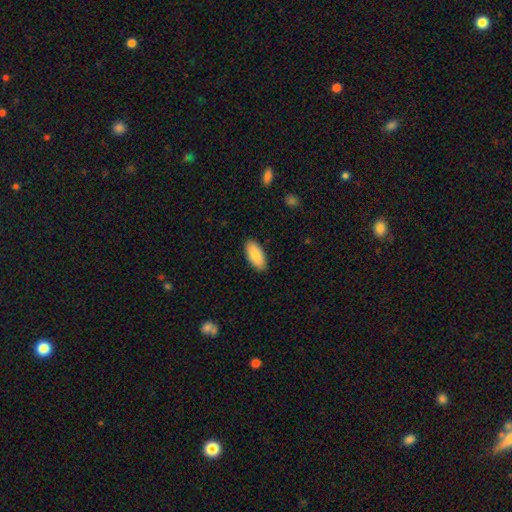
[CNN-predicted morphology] This appears to be a smooth galaxy with no disk features (86%) that is in between round and cigar-shaped (91%). Merging: none (89%).